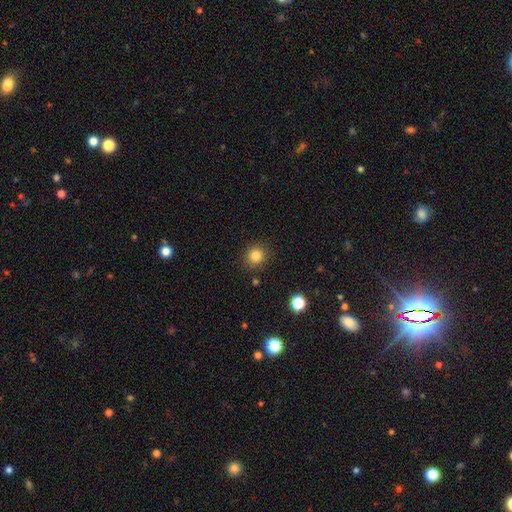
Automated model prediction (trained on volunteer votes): smooth 82%, star or artifact 12%, featured or disk 6%. Down the decision tree: how rounded — round (88%); merging — none (87%).